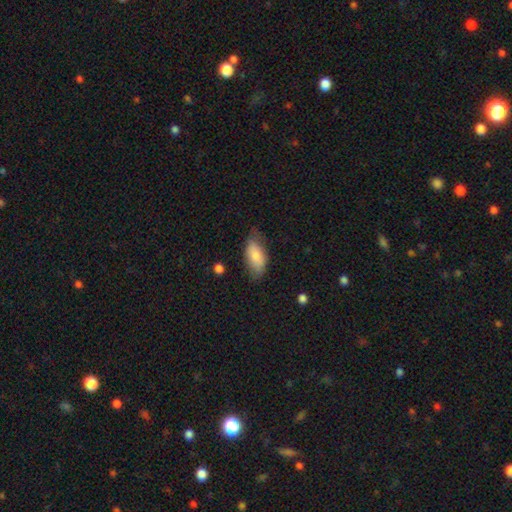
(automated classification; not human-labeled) A smooth galaxy with no disk features (77%) that is in between round and cigar-shaped (91%). Merging: none (61%).